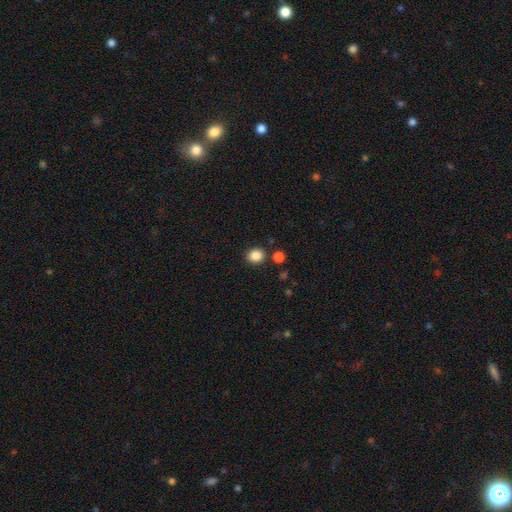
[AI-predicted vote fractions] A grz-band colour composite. It shows a smooth galaxy with no disk features (86%) that is round (71%). Merging: none (84%).